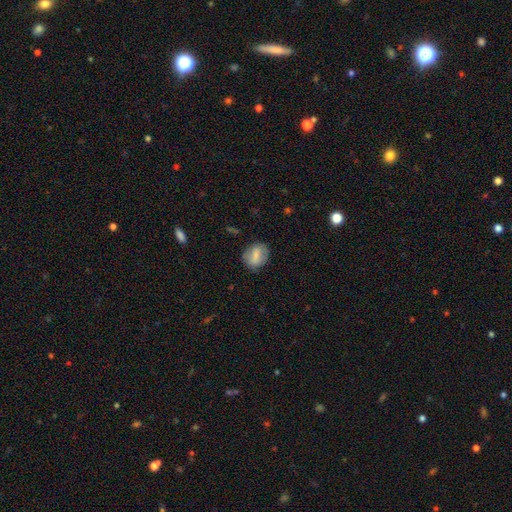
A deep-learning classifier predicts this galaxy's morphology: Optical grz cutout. It shows a smooth galaxy with no disk features (71%) that is in between round and cigar-shaped (55%). Merging: none (80%).